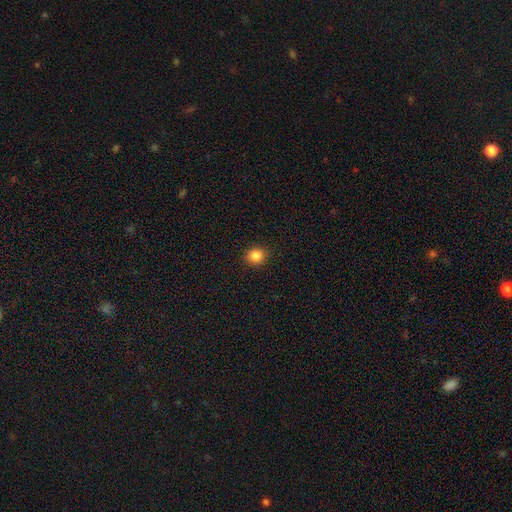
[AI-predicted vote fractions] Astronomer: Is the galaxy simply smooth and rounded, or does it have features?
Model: smooth — 85%.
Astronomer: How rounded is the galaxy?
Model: round — 81%.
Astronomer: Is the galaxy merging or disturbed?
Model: none — 91%.